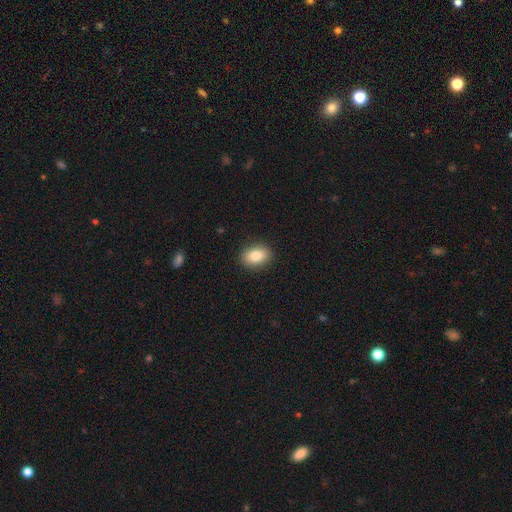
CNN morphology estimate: A smooth galaxy with no disk features (85%) that is in between round and cigar-shaped (80%). Merging: none (89%).